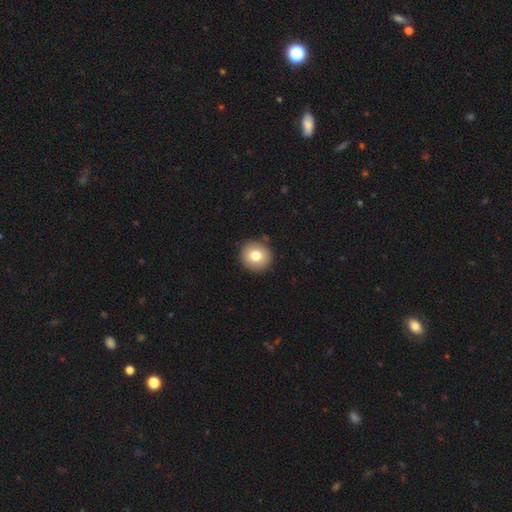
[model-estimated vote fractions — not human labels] Smooth or featured? Predicted: smooth (p=0.78). How rounded? Predicted: round (p=0.93). Merging? Predicted: none (p=0.91).